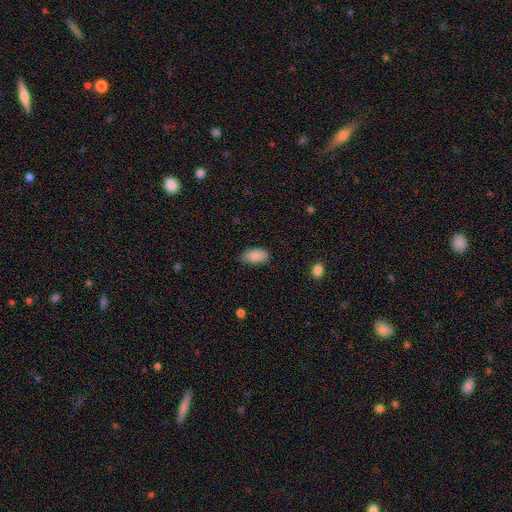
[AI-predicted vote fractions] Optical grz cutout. It shows a smooth galaxy with no disk features (88%) that is in between round and cigar-shaped (94%). Merging: none (69%).